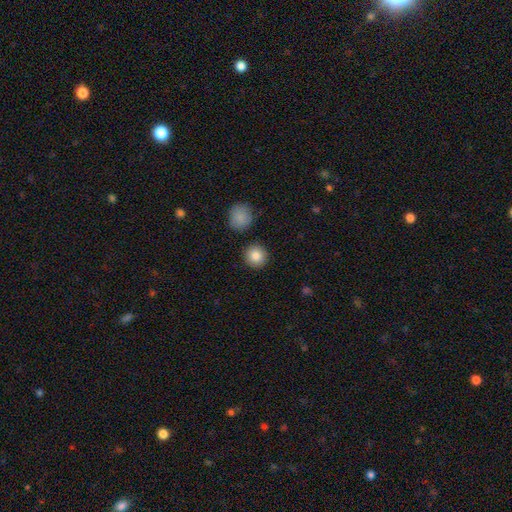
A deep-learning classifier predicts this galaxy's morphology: This is clearly a smooth galaxy (86%). How rounded: clearly round (93%). Merging: clearly none (89%).